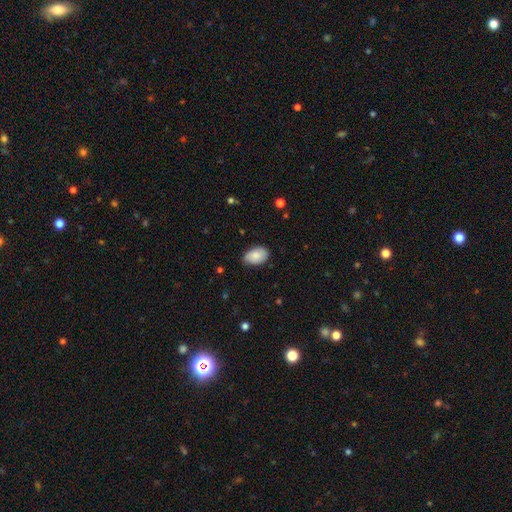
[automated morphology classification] The model was most divided on "merging": none: 76%, minor disturbance: 20%, major disturbance: 3%, merger: 1%. More confident: how rounded — in between (90%); smooth or featured — smooth (82%).